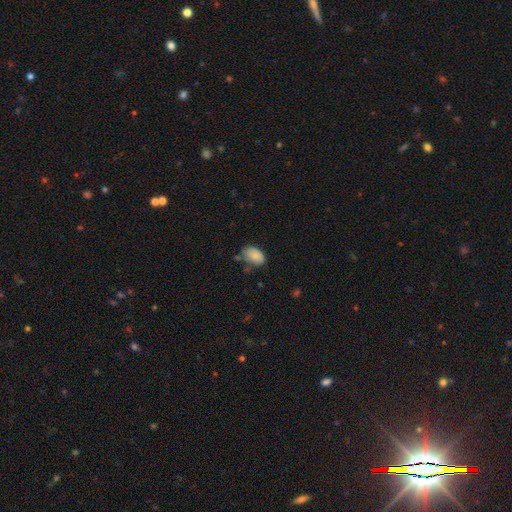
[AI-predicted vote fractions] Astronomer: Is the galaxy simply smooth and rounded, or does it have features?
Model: smooth — 84%.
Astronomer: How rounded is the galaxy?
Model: in between — 90%.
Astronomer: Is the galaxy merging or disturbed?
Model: none — 58%.